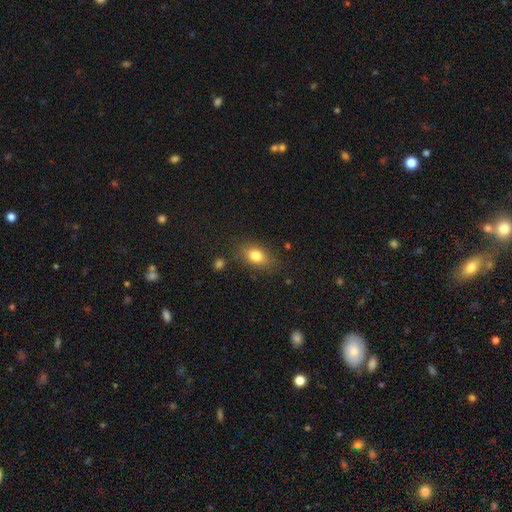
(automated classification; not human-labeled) Smooth or featured? smooth (79%)
How rounded? in between (81%)
Merging? none (79%)